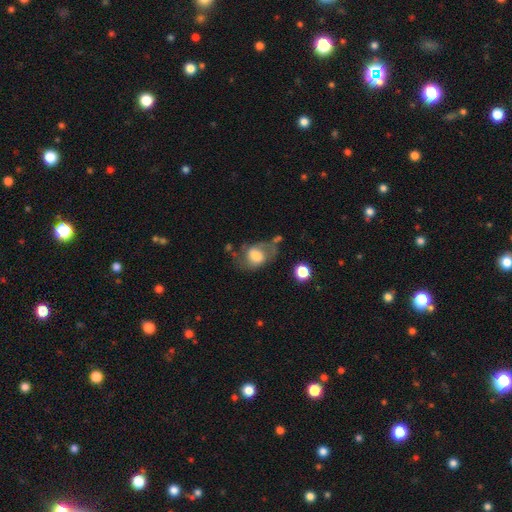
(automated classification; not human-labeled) Smooth or featured? smooth (49%)
Merging? none (39%)